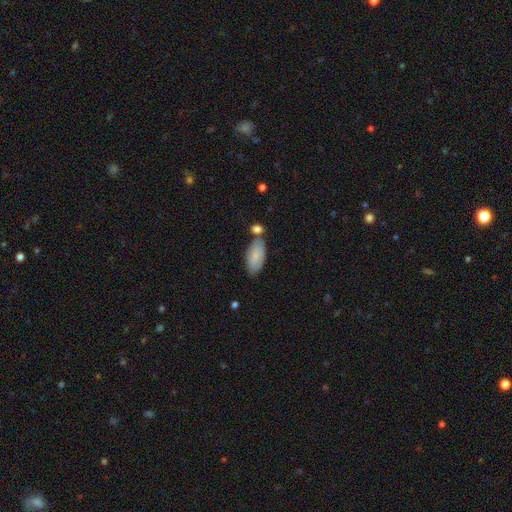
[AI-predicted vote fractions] Smooth or featured?
  - smooth: 81% *
  - featured or disk: 13%
  - star or artifact: 6%
How rounded?
  - in between: 92% *
  - cigar-shaped: 6%
  - round: 2%
Merging?
  - none: 63% *
  - minor disturbance: 18%
  - merger: 15%
  - major disturbance: 4%